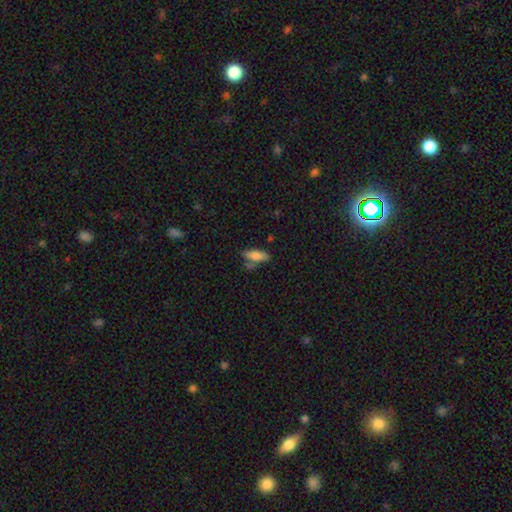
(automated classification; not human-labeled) smooth-or-featured: smooth: 80% | featured or disk: 12% | star or artifact: 8%
  how-rounded: in between: 68% | cigar-shaped: 29% | round: 2%
  merging: none: 58% | minor disturbance: 19% | merger: 18% | major disturbance: 5%